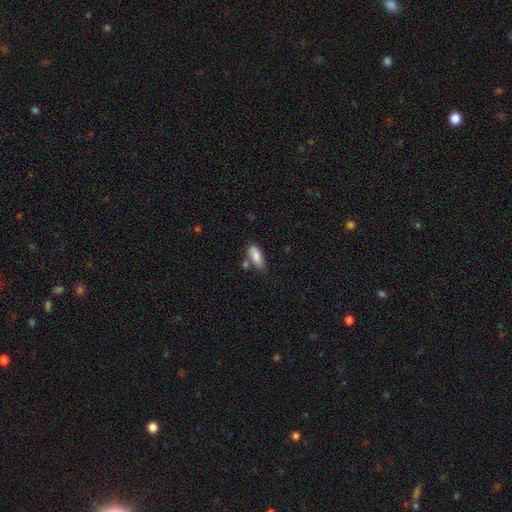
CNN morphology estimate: This is clearly a smooth galaxy (83%). How rounded: clearly in between (81%). Merging: possibly none (55%).